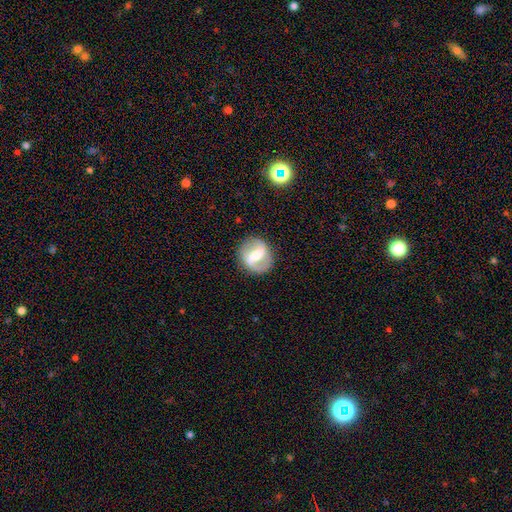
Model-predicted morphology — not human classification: Smooth or featured?
  - featured or disk: 77% *
  - smooth: 18%
  - star or artifact: 5%
Edge-on disk?
  - no: 96% *
  - yes: 4%
Bar?
  - strong: 60% *
  - weak: 30%
  - no: 9%
Spiral arms?
  - yes: 76% *
  - no: 24%
Spiral winding?
  - medium: 43% *
  - loose: 36%
  - tight: 21%
Spiral arm count?
  - 2: 88% *
  - can't tell: 6%
  - 1: 4%
  - 3: 1%
  - 4: 1%
  - more than 4: 1%
Bulge size?
  - moderate: 57% *
  - small: 29%
  - large: 9%
  - none: 3%
  - dominant: 2%
Merging?
  - none: 85% *
  - minor disturbance: 10%
  - major disturbance: 4%
  - merger: 1%